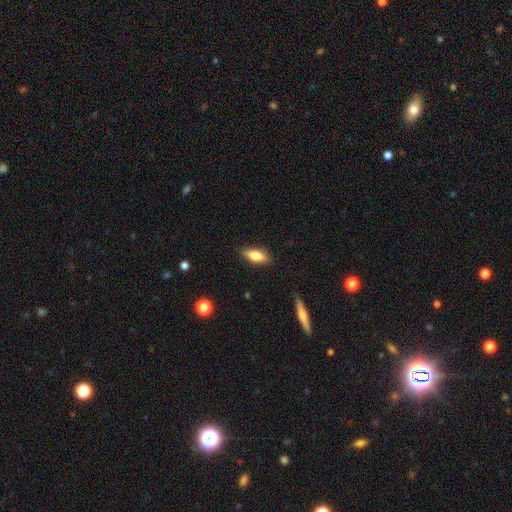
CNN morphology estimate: A smooth galaxy with no disk features (72%) that is in between round and cigar-shaped (69%).

Vote fractions:
- Smooth or featured? smooth: 72% / featured or disk: 21% / star or artifact: 7%
- How rounded? in between: 69% / cigar-shaped: 28% / round: 3%
- Merging? none: 85% / minor disturbance: 12% / major disturbance: 2% / merger: 1%